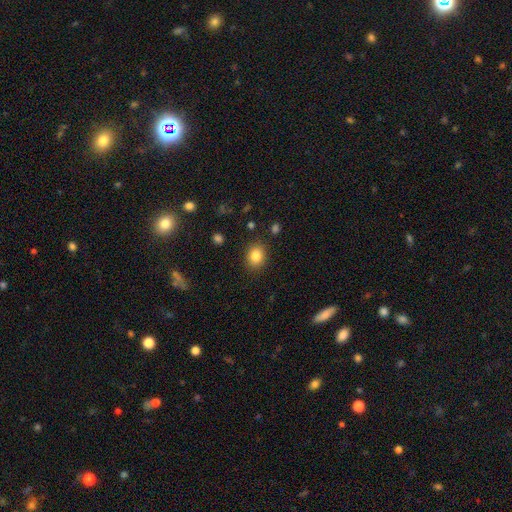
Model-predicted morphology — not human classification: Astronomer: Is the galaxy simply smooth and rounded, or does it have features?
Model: smooth — 84%.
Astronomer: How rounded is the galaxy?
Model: round — 50% (runner-up: in between, 49%).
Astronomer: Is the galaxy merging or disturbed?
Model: none — 86%.